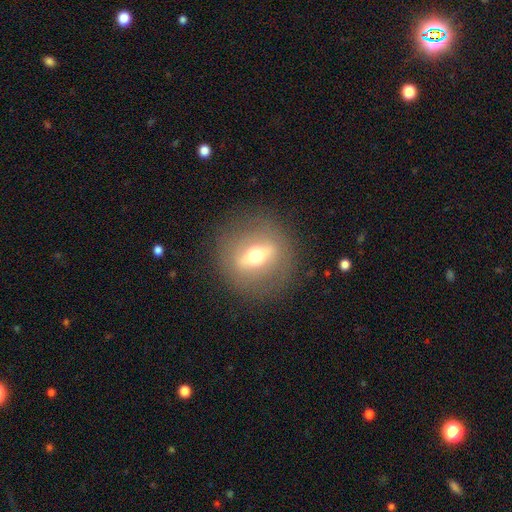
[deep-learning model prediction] Morphology: type=featured or disk (60%); edge-on=no (61%); merging=none (85%).